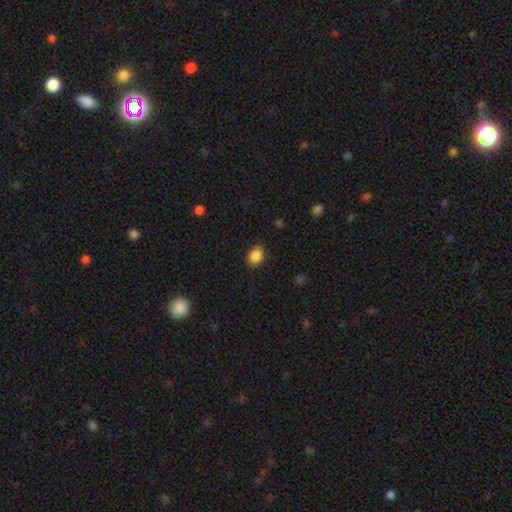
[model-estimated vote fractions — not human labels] Smooth or featured? smooth (87%)
How rounded? in between (60%)
Merging? none (84%)